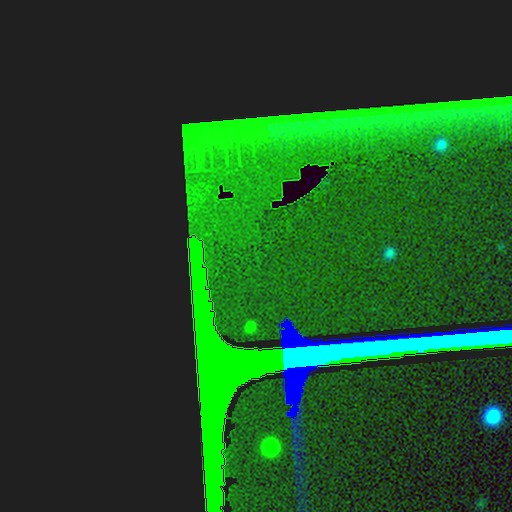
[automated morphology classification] star or artifact 88%, featured or disk 6%, smooth 5%.